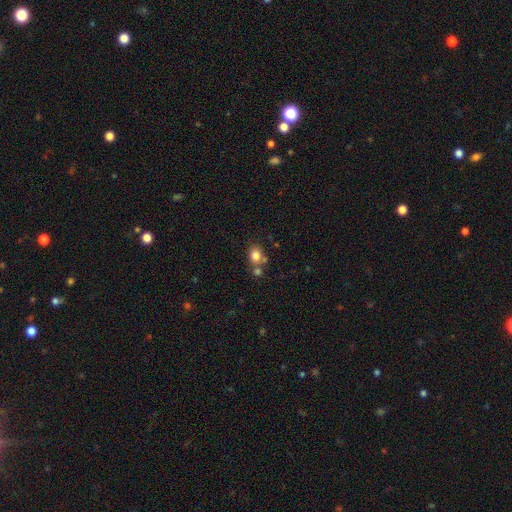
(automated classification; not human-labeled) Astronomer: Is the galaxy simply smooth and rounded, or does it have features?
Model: smooth — 80%.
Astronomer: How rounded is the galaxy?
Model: round — 57% (runner-up: in between, 42%).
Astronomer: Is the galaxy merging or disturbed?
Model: none — 57%.